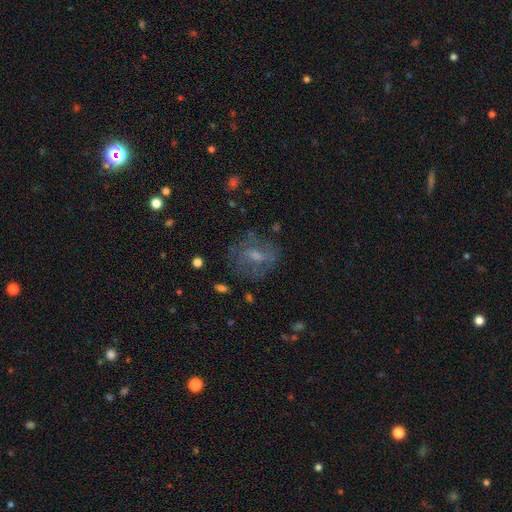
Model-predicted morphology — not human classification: featured or disk 53%, smooth 34%, star or artifact 13%. Down the decision tree: edge-on disk — no (94%); merging — none (66%).